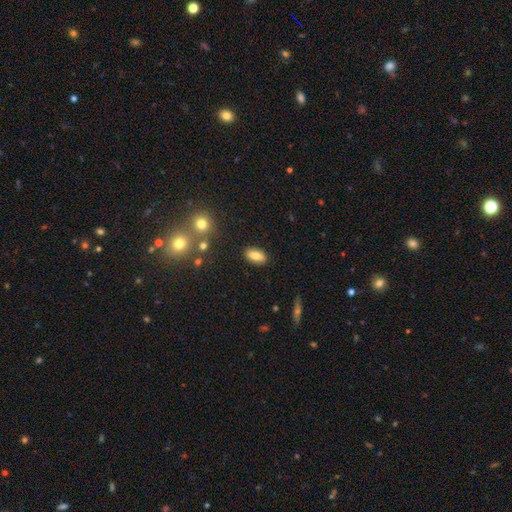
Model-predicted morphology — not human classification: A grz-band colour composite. It shows a smooth galaxy with no disk features (78%) that is in between round and cigar-shaped (86%). Merging: none (87%).